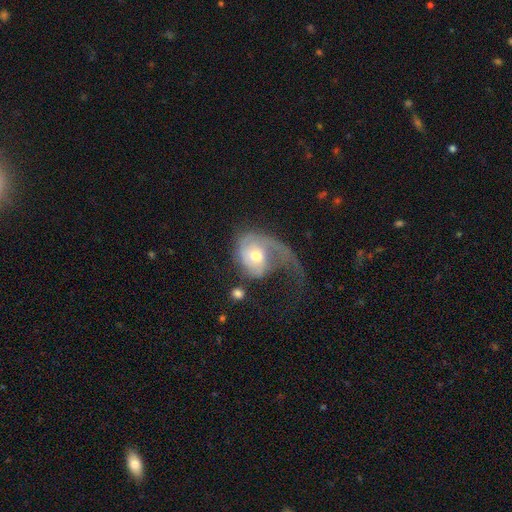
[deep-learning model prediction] featured or disk 62%, smooth 31%, star or artifact 7%. Down the decision tree: edge-on disk — no (96%); bar — no (72%); spiral arms — yes (76%); bulge size — moderate (61%); merging — major disturbance (66%).